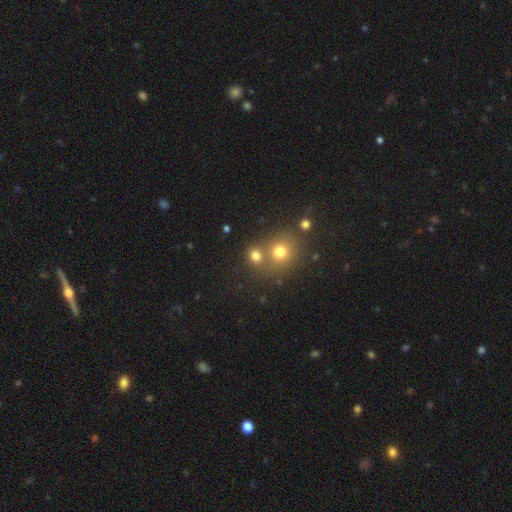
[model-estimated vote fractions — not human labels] This appears to be a smooth galaxy with no disk features (75%) that is round (78%). Merging: none (56%).